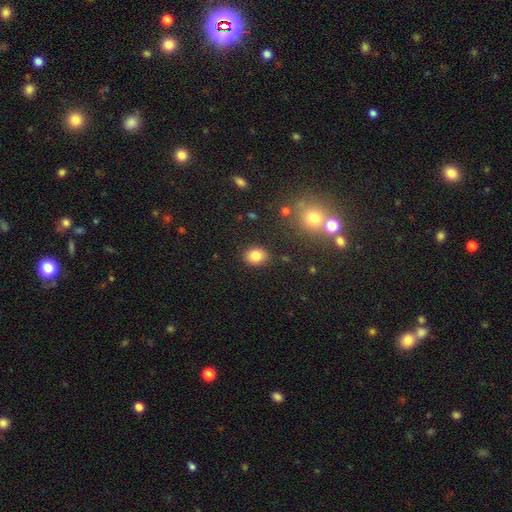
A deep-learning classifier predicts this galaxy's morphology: smooth-or-featured: smooth: 83% | star or artifact: 10% | featured or disk: 7%
  how-rounded: in between: 52% | round: 47% | cigar-shaped: 1%
  merging: none: 86% | minor disturbance: 9% | major disturbance: 3% | merger: 2%